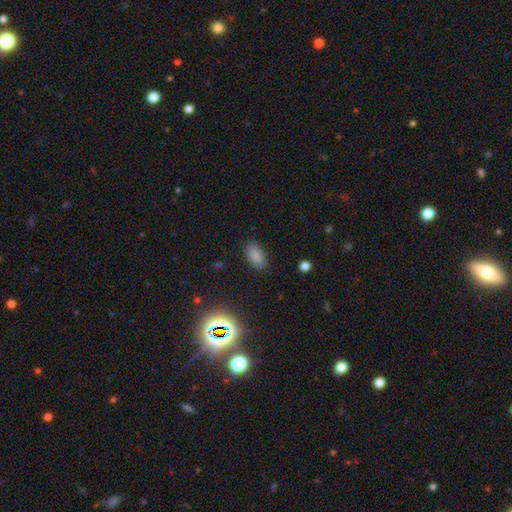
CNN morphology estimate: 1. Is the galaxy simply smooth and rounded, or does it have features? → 84% smooth, 11% star or artifact, 5% featured or disk.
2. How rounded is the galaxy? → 92% in between, 5% round, 2% cigar-shaped.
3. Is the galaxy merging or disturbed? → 85% none, 11% minor disturbance, 3% major disturbance, 1% merger.